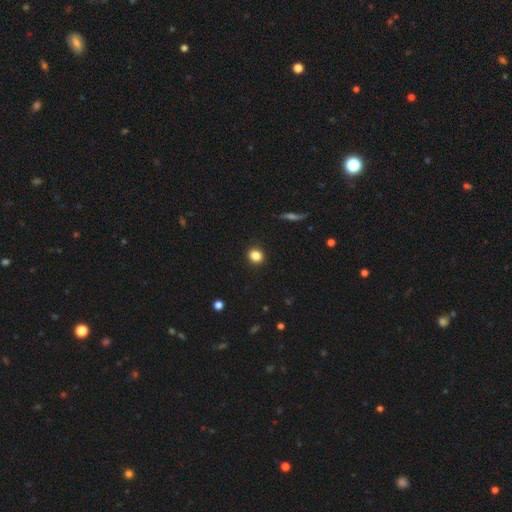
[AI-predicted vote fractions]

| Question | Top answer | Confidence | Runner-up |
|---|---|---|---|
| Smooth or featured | smooth | 85% | star or artifact (10%) |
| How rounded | round | 78% | in between (21%) |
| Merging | none | 91% | minor disturbance (6%) |